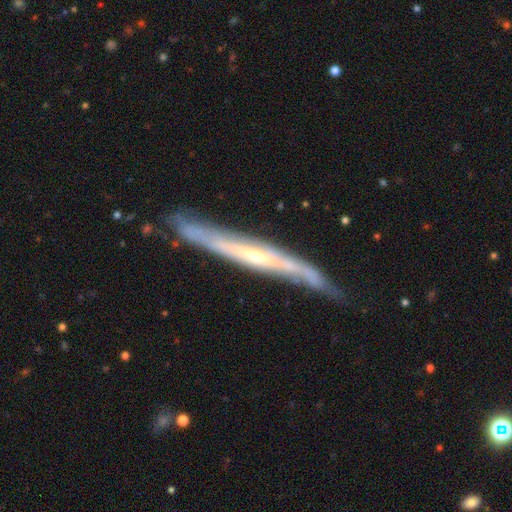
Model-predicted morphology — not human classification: Smooth or featured? featured or disk (79%)
Edge-on disk? yes (84%)
Edge-on bulge? none (52%)
Merging? none (71%)